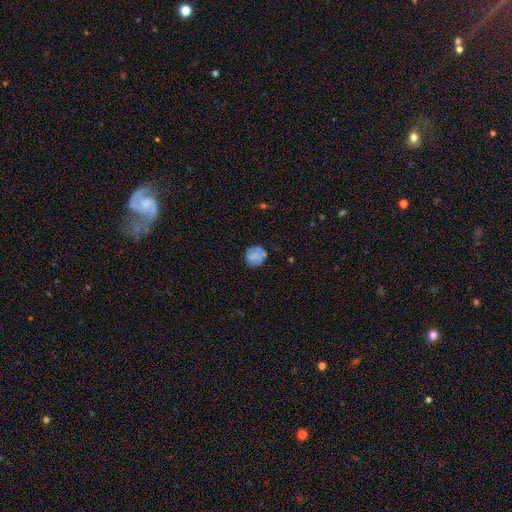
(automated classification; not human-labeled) Smooth or featured? smooth (67%)
How rounded? round (81%)
Merging? none (76%)